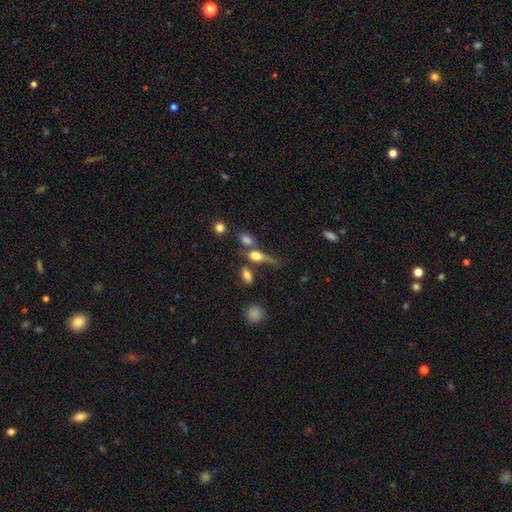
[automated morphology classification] Smooth or featured: smooth — 67% (featured or disk — 21%)
How rounded: in between — 68% (cigar-shaped — 17%)
Merging: none — 37% (merger — 31%)